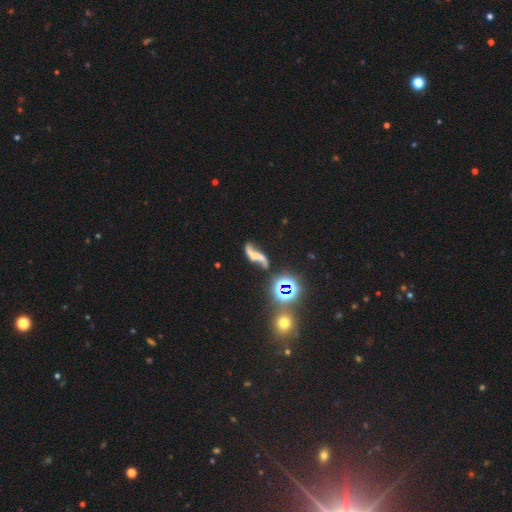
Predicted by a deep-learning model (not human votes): featured or disk 70%, star or artifact 16%, smooth 15%. Down the decision tree: edge-on disk — no (92%); bar — no (50%); spiral arms — yes (88%); spiral arm count — 2 (90%); spiral winding — loose (91%); bulge size — none (61%); merging — none (53%).